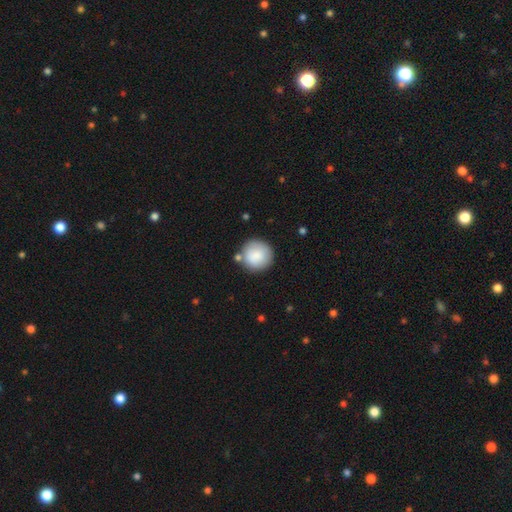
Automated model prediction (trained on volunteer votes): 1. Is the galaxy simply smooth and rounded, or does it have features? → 86% smooth, 7% featured or disk, 7% star or artifact.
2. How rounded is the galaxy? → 94% round, 5% in between, 1% cigar-shaped.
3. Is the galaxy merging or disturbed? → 77% none, 12% minor disturbance, 8% merger, 3% major disturbance.